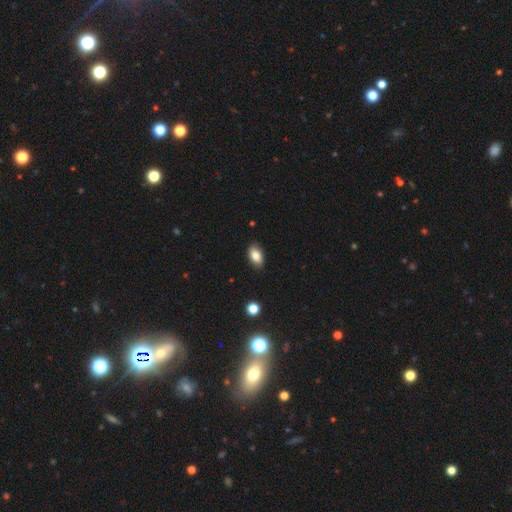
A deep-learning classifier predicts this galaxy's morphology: smooth 82%, featured or disk 9%, star or artifact 8%. Down the decision tree: how rounded — in between (91%); merging — none (86%).